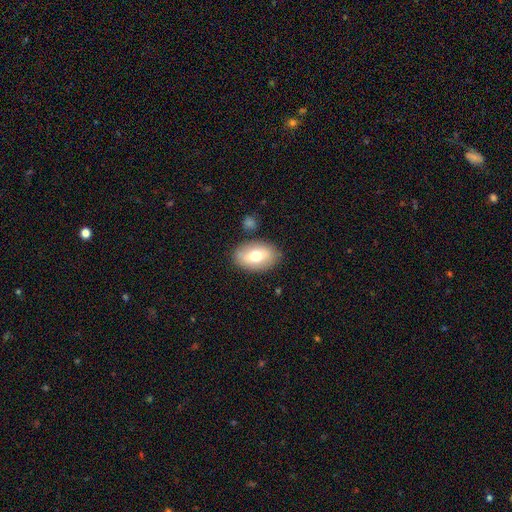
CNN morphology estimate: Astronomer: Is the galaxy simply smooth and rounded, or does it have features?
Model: smooth — 67%.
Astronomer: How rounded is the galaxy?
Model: in between — 89%.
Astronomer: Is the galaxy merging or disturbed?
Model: none — 82%.